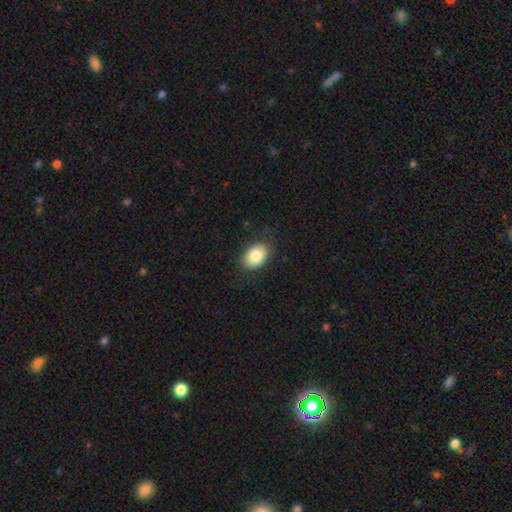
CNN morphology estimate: Smooth or featured?
  - smooth: 83% *
  - featured or disk: 10%
  - star or artifact: 7%
How rounded?
  - in between: 82% *
  - round: 17%
  - cigar-shaped: 1%
Merging?
  - none: 83% *
  - minor disturbance: 13%
  - major disturbance: 4%
  - merger: 1%